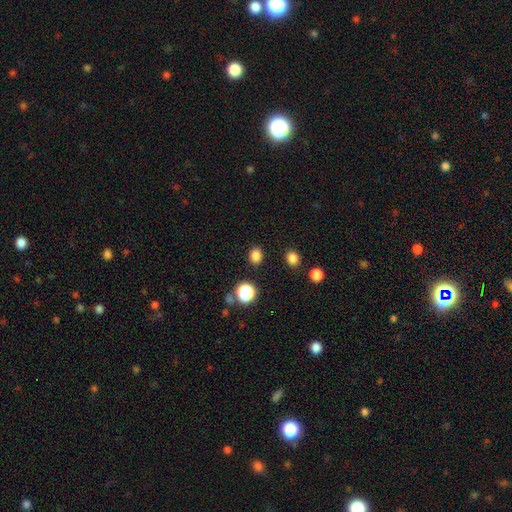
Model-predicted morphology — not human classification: Smooth or featured? Predicted: smooth (p=0.82). How rounded? Predicted: round (p=0.58). Merging? Predicted: none (p=0.88).